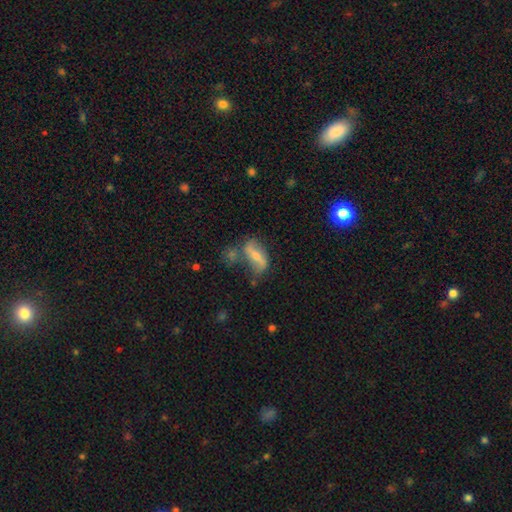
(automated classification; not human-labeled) smooth_or_featured: featured or disk (p=0.48) [alt: smooth p=0.43]
merging: none (p=0.46) [alt: minor disturbance p=0.23]